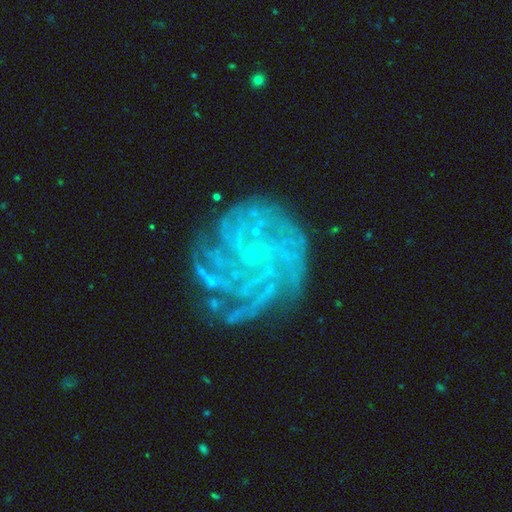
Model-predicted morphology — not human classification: smooth-or-featured: featured or disk: 79% | star or artifact: 12% | smooth: 9%
  disk-edge-on: no: 97% | yes: 3%
    bar: no: 70% | weak: 23% | strong: 7%
    has-spiral-arms: yes: 94% | no: 6%
      spiral-winding: tight: 69% | medium: 22% | loose: 8%
      spiral-arm-count: more than 4: 34% | can't tell: 23% | 4: 18% | 3: 9% | 2: 8% | 1: 8%
    bulge-size: small: 72% | none: 20% | moderate: 6% | large: 1% | dominant: 1%
  merging: none: 67% | minor disturbance: 17% | major disturbance: 12% | merger: 3%